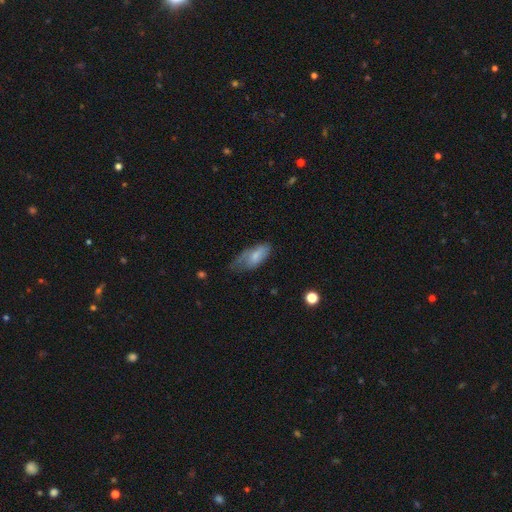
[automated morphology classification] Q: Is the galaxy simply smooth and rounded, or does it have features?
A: smooth — 71%.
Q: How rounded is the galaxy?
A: in between — 87%.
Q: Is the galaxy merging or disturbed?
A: minor disturbance — 41%.